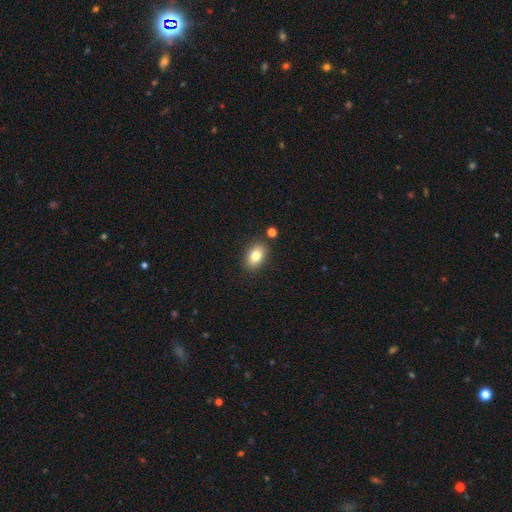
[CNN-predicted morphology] The model was most divided on "smooth or featured": smooth: 81%, featured or disk: 10%, star or artifact: 9%. More confident: how rounded — in between (86%); merging — none (84%).